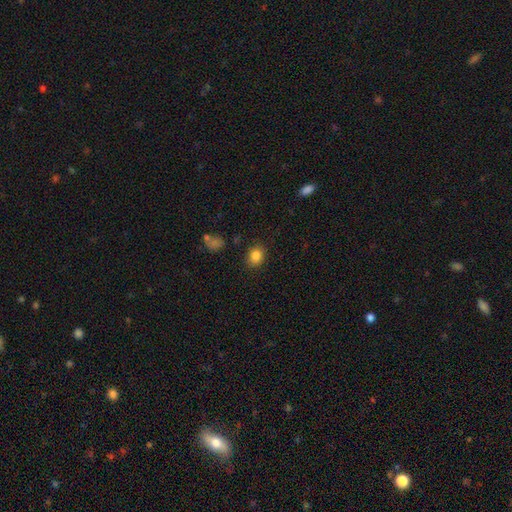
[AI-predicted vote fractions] Smooth or featured: smooth — 84% (star or artifact — 10%)
How rounded: round — 58% (in between — 41%)
Merging: none — 85% (minor disturbance — 10%)